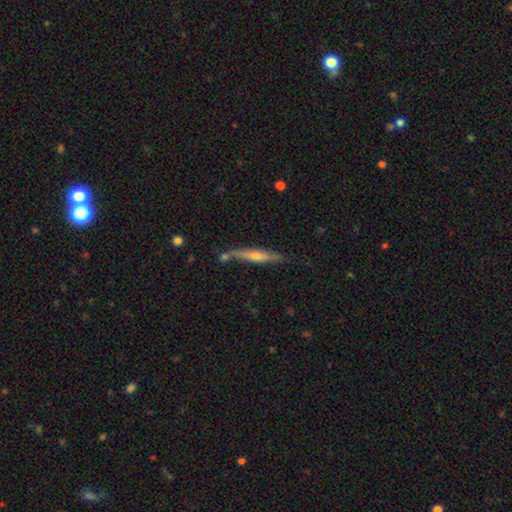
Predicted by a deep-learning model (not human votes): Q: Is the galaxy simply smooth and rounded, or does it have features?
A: featured or disk — 55%.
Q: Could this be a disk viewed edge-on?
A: yes — 93%.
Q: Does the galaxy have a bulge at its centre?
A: rounded — 64%.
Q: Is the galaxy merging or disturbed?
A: none — 72%.